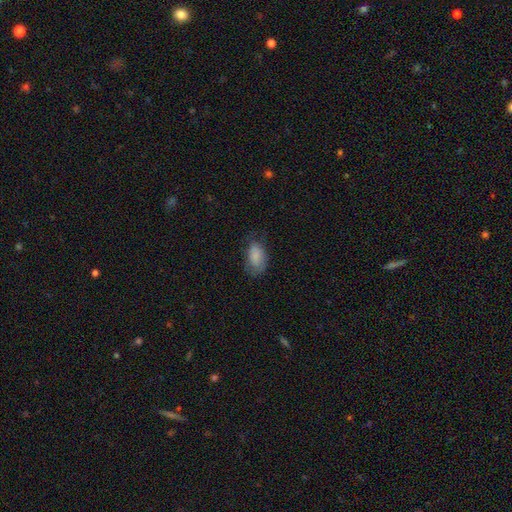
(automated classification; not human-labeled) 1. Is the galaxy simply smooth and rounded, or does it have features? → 82% smooth, 11% featured or disk, 8% star or artifact.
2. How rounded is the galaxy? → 92% in between, 6% round, 2% cigar-shaped.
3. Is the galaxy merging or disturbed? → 57% none, 29% minor disturbance, 13% major disturbance, 1% merger.